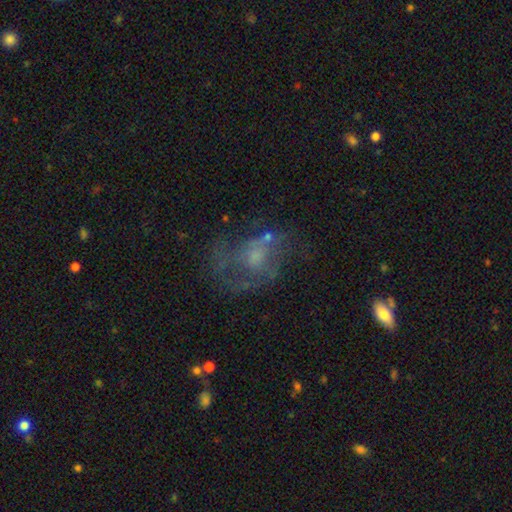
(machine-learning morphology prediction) Smooth or featured?
  - featured or disk: 55% *
  - smooth: 32%
  - star or artifact: 13%
Edge-on disk?
  - no: 97% *
  - yes: 3%
Bar?
  - no: 81% *
  - weak: 16%
  - strong: 3%
Spiral arms?
  - no: 62% *
  - yes: 38%
Bulge size?
  - small: 38% *
  - moderate: 31%
  - none: 24%
  - large: 5%
  - dominant: 2%
Merging?
  - none: 38% *
  - major disturbance: 37%
  - minor disturbance: 19%
  - merger: 5%